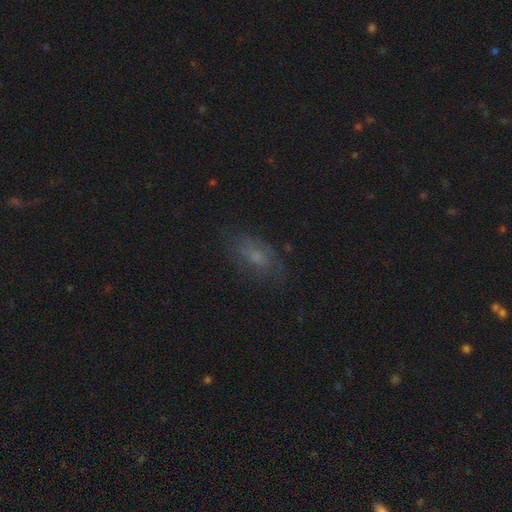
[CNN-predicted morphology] A smooth galaxy with no disk features (50%) that is in between round and cigar-shaped (84%).

Vote fractions:
- Smooth or featured? smooth: 50% / featured or disk: 32% / star or artifact: 17%
- How rounded? in between: 84% / round: 10% / cigar-shaped: 7%
- Merging? none: 67% / minor disturbance: 20% / major disturbance: 11% / merger: 2%